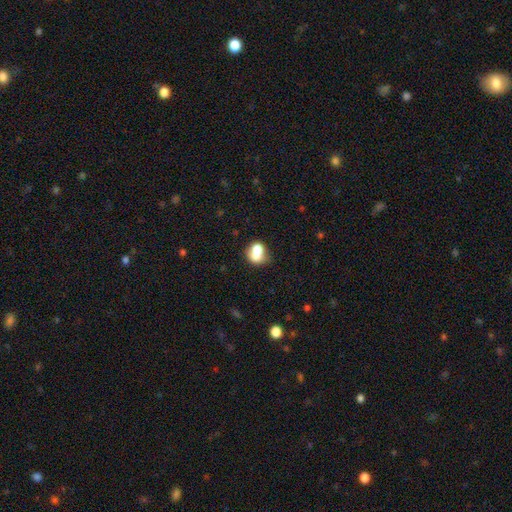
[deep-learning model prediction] Smooth or featured: smooth — 68% (featured or disk — 21%)
How rounded: round — 60% (in between — 38%)
Merging: merger — 55% (none — 28%)